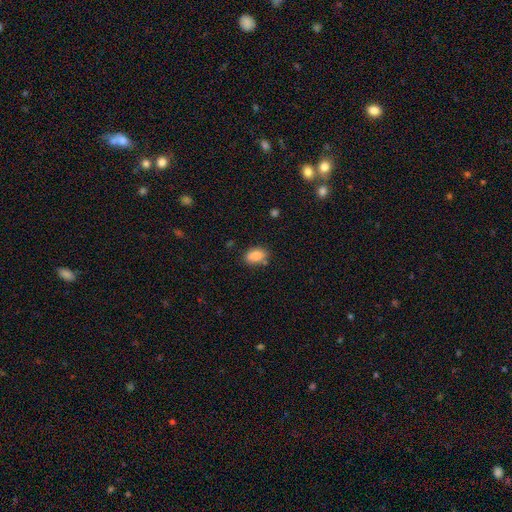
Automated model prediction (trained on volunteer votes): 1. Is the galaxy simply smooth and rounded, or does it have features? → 87% smooth, 8% star or artifact, 5% featured or disk.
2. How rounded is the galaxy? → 86% in between, 12% round, 2% cigar-shaped.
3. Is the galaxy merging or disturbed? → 74% none, 17% minor disturbance, 5% merger, 4% major disturbance.